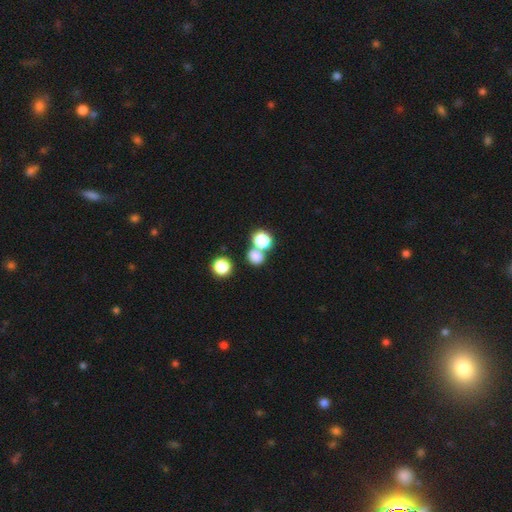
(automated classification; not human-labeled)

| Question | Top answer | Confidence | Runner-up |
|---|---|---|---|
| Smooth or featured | smooth | 78% | star or artifact (16%) |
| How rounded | round | 77% | in between (22%) |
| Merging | none | 55% | merger (34%) |